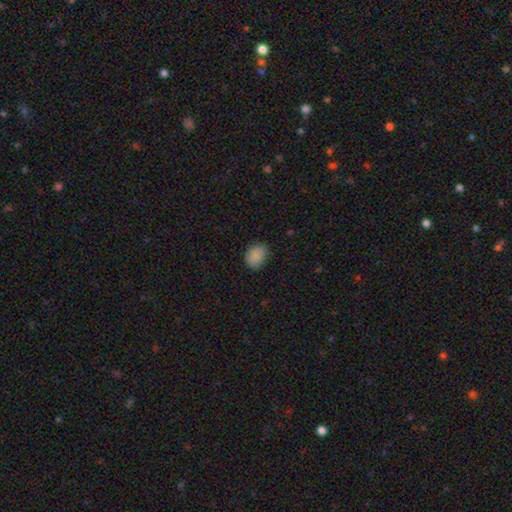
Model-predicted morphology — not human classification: type=smooth (87%); roundness=in between (67%); merging=none (77%).